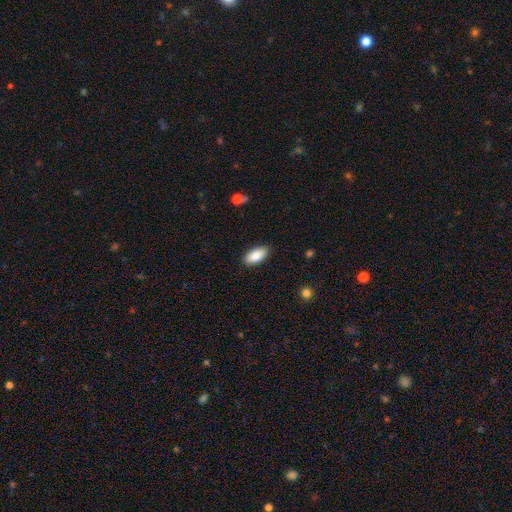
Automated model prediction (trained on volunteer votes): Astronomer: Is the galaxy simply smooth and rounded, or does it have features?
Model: smooth — 87%.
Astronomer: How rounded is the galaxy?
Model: in between — 91%.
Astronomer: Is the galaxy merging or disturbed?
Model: none — 88%.